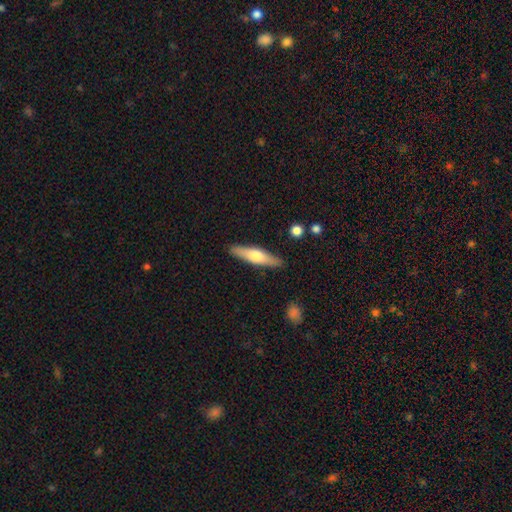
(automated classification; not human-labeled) A smooth galaxy with no disk features (48%). Merging: none (89%).